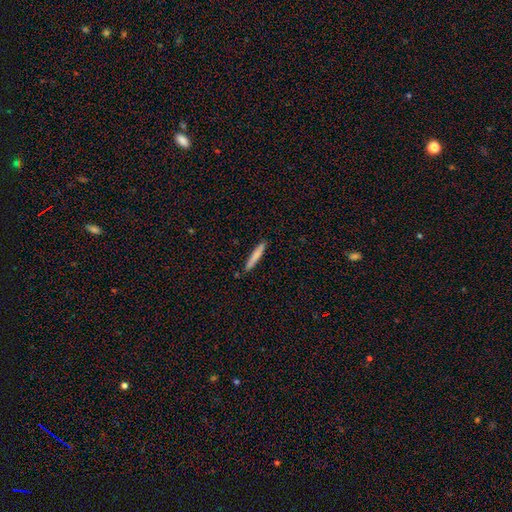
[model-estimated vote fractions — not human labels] Morphology: type=smooth (79%); roundness=cigar-shaped (94%); merging=none (88%).